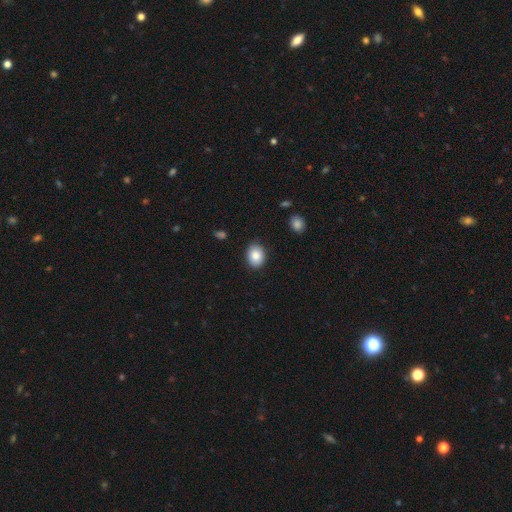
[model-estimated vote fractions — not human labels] smooth_or_featured: smooth (p=0.85) [alt: star or artifact p=0.08]
how_rounded: in between (p=0.63) [alt: round p=0.36]
merging: none (p=0.86) [alt: minor disturbance p=0.10]